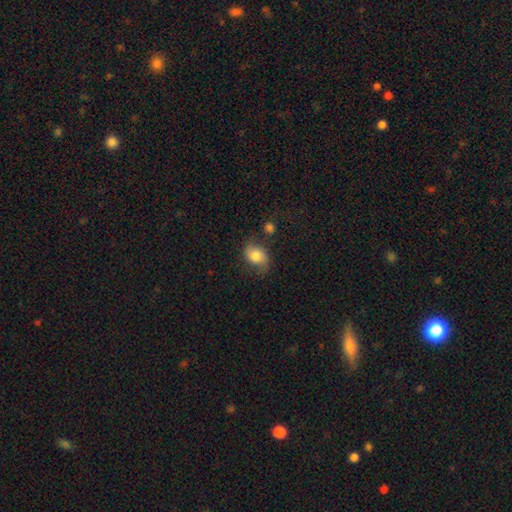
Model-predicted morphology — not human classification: type=smooth (75%); roundness=in between (69%); merging=none (58%).